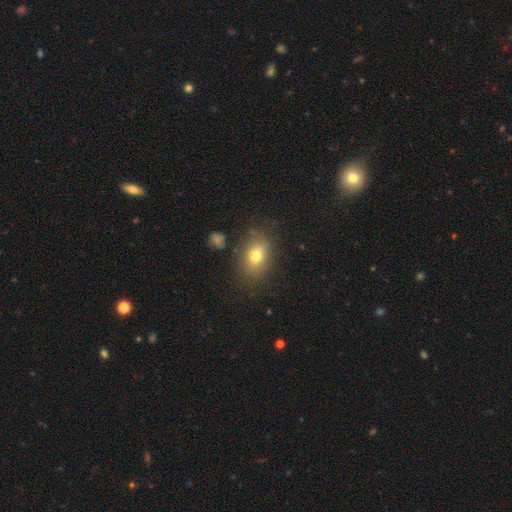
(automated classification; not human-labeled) The model was most divided on "how rounded": in between: 76%, round: 22%, cigar-shaped: 2%. More confident: smooth or featured — smooth (74%); merging — none (73%).